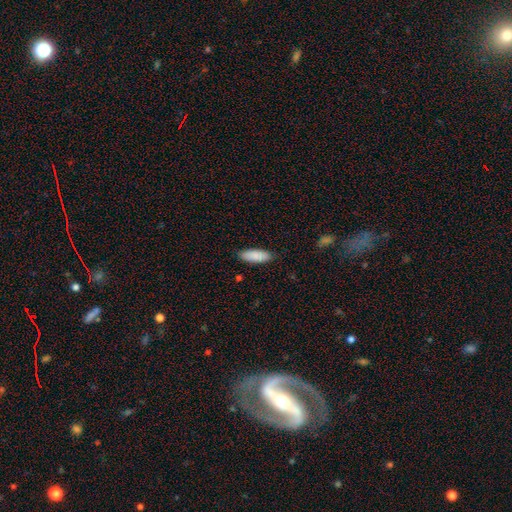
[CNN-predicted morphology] type=smooth (88%); roundness=in between (68%); merging=none (87%).